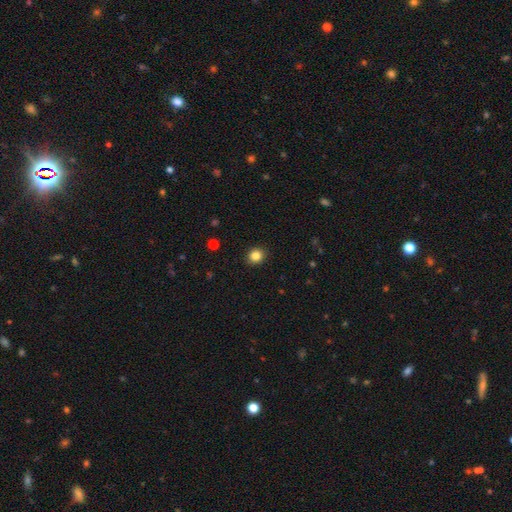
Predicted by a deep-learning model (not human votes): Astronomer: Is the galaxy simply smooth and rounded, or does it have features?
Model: smooth — 84%.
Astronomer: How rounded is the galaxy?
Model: round — 80%.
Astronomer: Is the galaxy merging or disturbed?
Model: none — 91%.